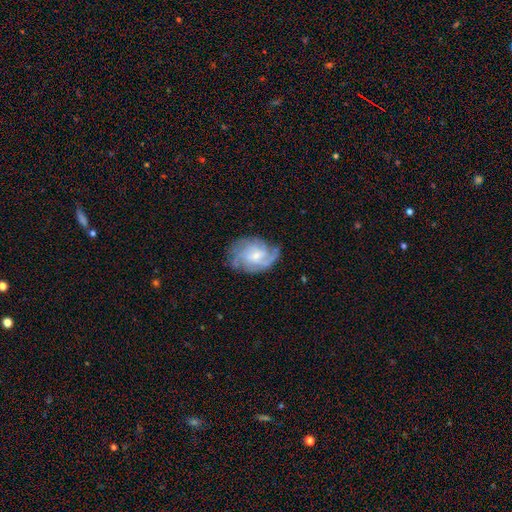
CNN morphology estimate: A featured or disk galaxy (79%) with no bar (56%), tight (46%) spiral arms (94%) and a small central bulge (60%).

Vote fractions:
- Smooth or featured? featured or disk: 79% / smooth: 15% / star or artifact: 6%
- Edge-on disk? no: 97% / yes: 3%
- Bar? no: 56% / weak: 39% / strong: 5%
- Spiral arms? yes: 94% / no: 6%
- Spiral winding? tight: 46% / medium: 39% / loose: 14%
- Spiral arm count? can't tell: 32% / 3: 24% / 2: 17% / 4: 15% / 1: 6% / more than 4: 6%
- Bulge size? small: 60% / moderate: 32% / none: 5% / large: 3% / dominant: 1%
- Merging? none: 67% / minor disturbance: 21% / major disturbance: 10% / merger: 2%